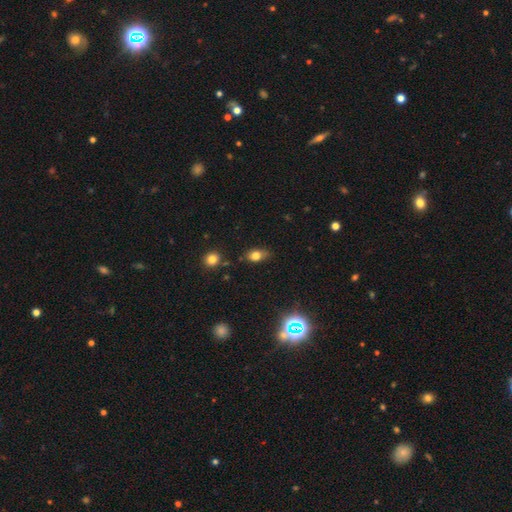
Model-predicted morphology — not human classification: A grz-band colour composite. It shows a smooth galaxy with no disk features (77%) that is in between round and cigar-shaped (76%). Merging: none (70%).